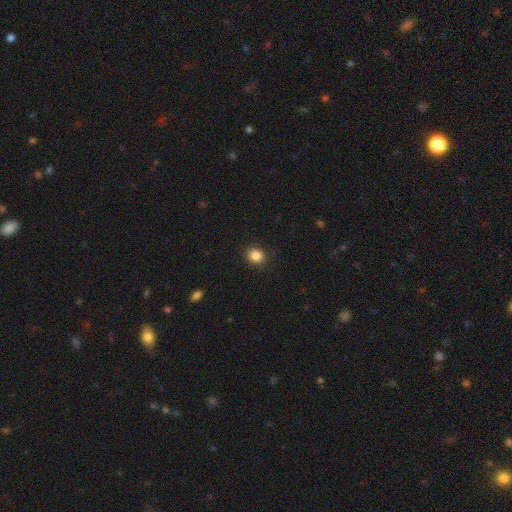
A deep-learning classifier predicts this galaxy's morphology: smooth 86%, star or artifact 10%, featured or disk 4%. Down the decision tree: how rounded — round (75%); merging — none (91%).